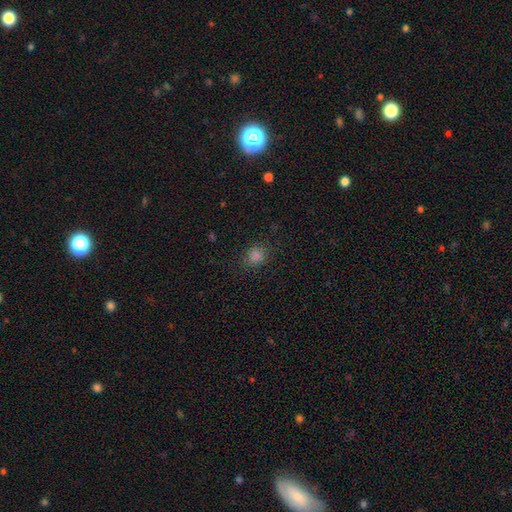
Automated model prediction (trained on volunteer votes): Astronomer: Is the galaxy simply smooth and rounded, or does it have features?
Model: smooth — 78%.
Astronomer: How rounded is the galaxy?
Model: round — 70%.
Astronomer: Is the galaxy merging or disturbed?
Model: none — 83%.